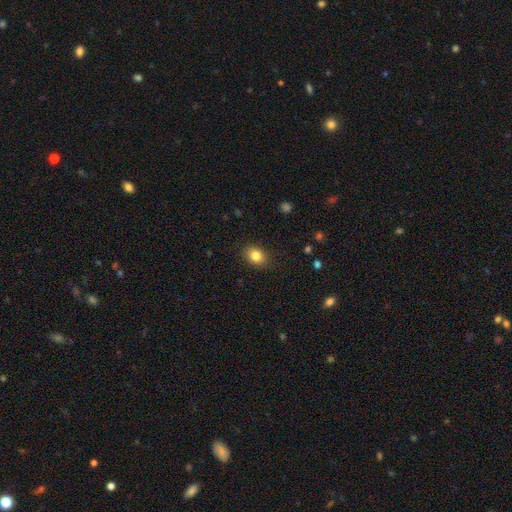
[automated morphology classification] This appears to be a smooth galaxy with no disk features (83%) that is in between round and cigar-shaped (55%). Merging: none (86%).